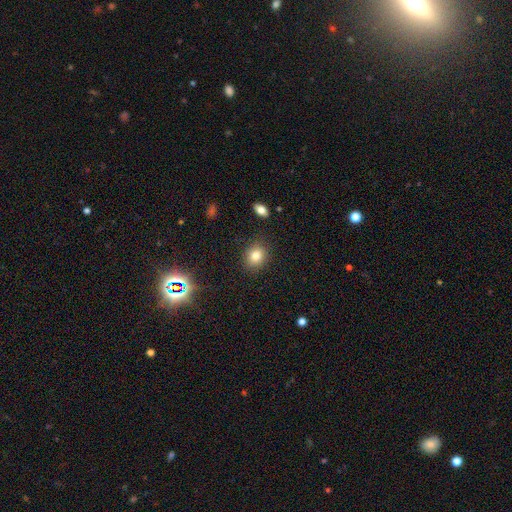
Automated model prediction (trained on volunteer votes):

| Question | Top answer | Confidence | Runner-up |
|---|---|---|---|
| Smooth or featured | smooth | 81% | star or artifact (12%) |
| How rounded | round | 60% | in between (39%) |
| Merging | none | 86% | minor disturbance (9%) |